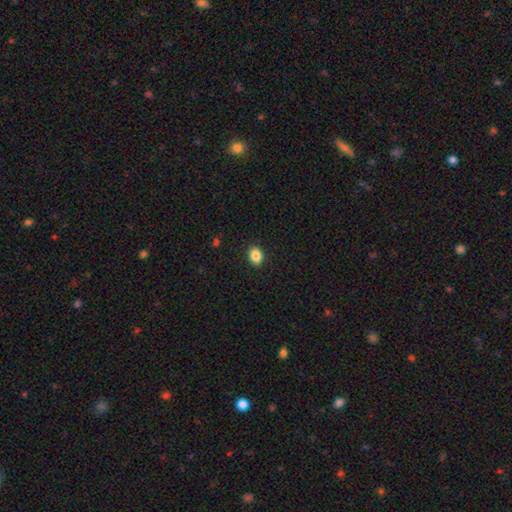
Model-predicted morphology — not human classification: type=smooth (87%); roundness=in between (65%); merging=none (90%).